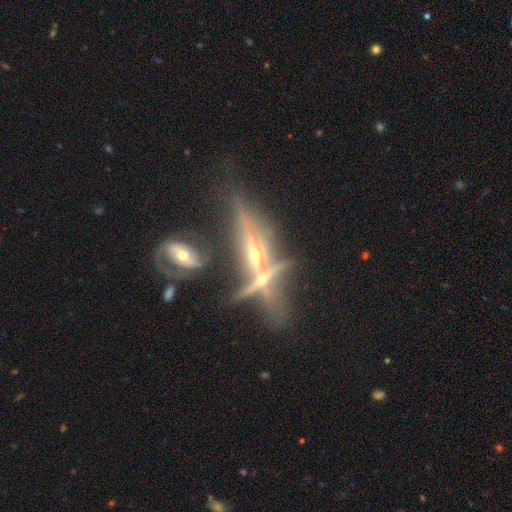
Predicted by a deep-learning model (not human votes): smooth-or-featured: featured or disk: 75% | star or artifact: 13% | smooth: 12%
  disk-edge-on: yes: 85% | no: 15%
    edge-on-bulge: rounded: 80% | none: 14% | boxy: 6%
  merging: none: 44% | merger: 33% | minor disturbance: 15% | major disturbance: 9%